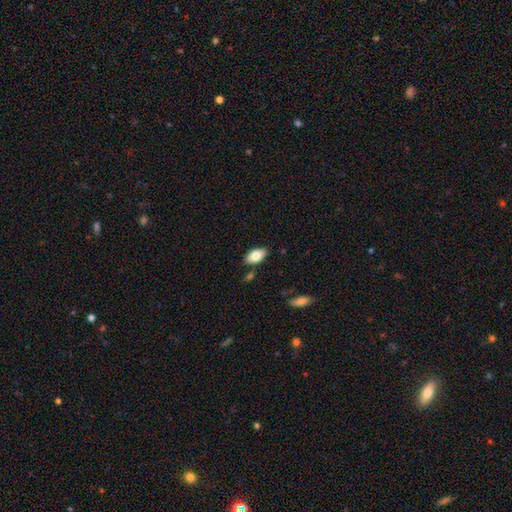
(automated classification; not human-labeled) smooth-or-featured: smooth: 78% | featured or disk: 15% | star or artifact: 7%
  how-rounded: in between: 92% | cigar-shaped: 4% | round: 4%
  merging: none: 82% | minor disturbance: 12% | merger: 4% | major disturbance: 2%